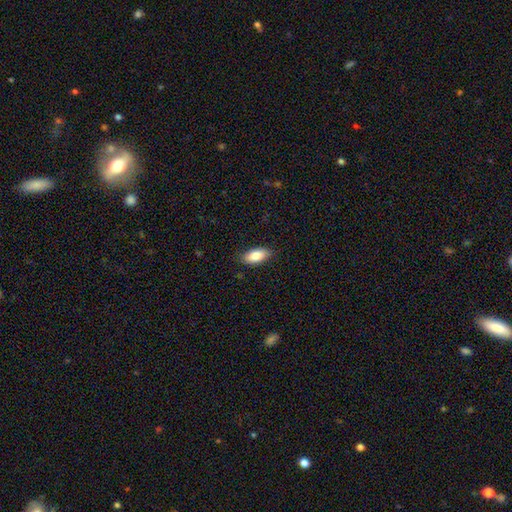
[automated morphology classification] This is clearly a smooth galaxy (85%). How rounded: clearly in between (91%). Merging: clearly none (85%).